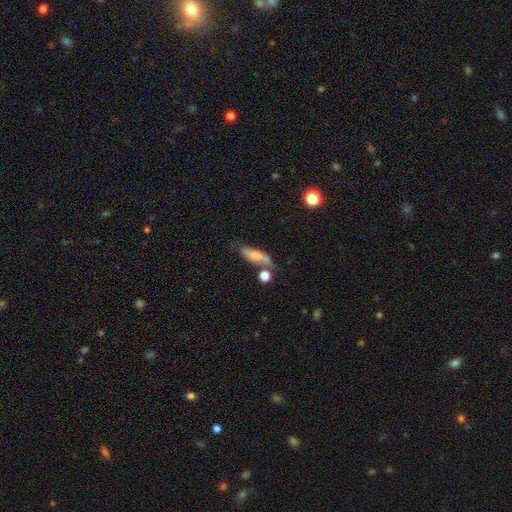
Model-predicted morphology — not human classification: type=smooth (56%); roundness=in between (53%); merging=none (53%).